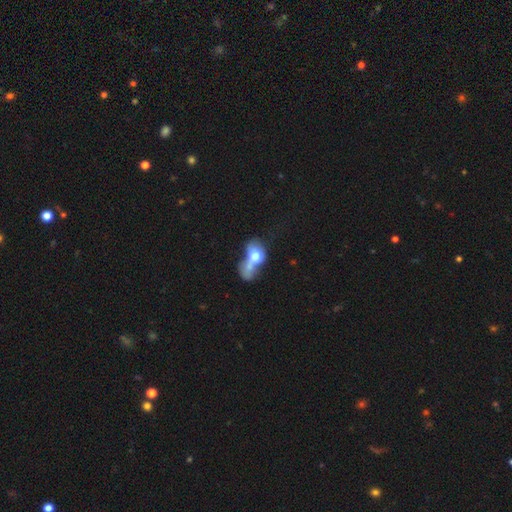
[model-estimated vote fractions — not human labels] A smooth galaxy with no disk features (63%) that is in between round and cigar-shaped (66%).

Vote fractions:
- Smooth or featured? smooth: 63% / featured or disk: 29% / star or artifact: 9%
- How rounded? in between: 66% / round: 31% / cigar-shaped: 3%
- Merging? merger: 71% / major disturbance: 15% / none: 9% / minor disturbance: 6%